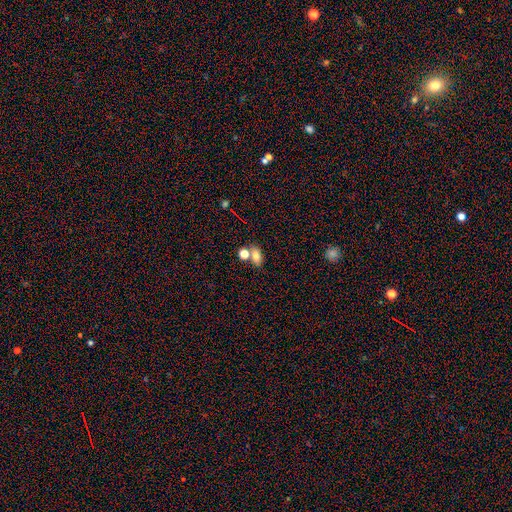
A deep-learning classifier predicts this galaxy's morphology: A smooth galaxy with no disk features (74%) that is in between round and cigar-shaped (78%). Merging: none (54%).